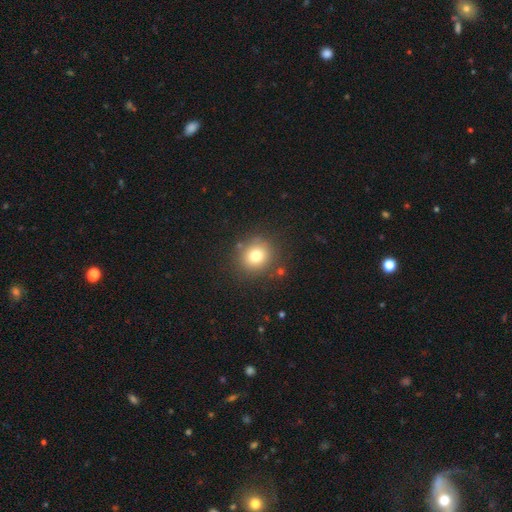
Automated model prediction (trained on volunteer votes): smooth 77%, star or artifact 13%, featured or disk 10%. Down the decision tree: how rounded — round (85%); merging — none (84%).